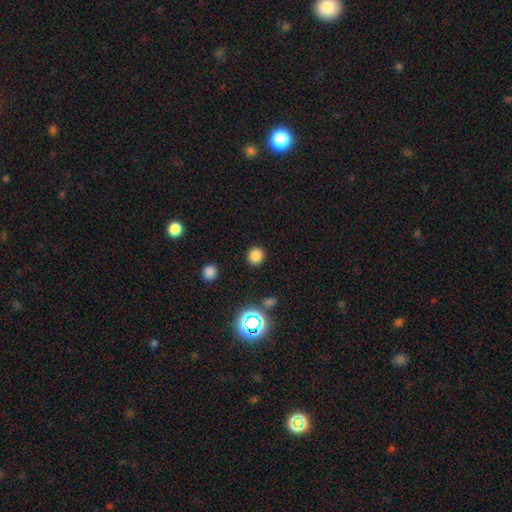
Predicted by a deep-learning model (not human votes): This is likely a smooth galaxy (79%). How rounded: clearly round (90%). Merging: clearly none (90%).